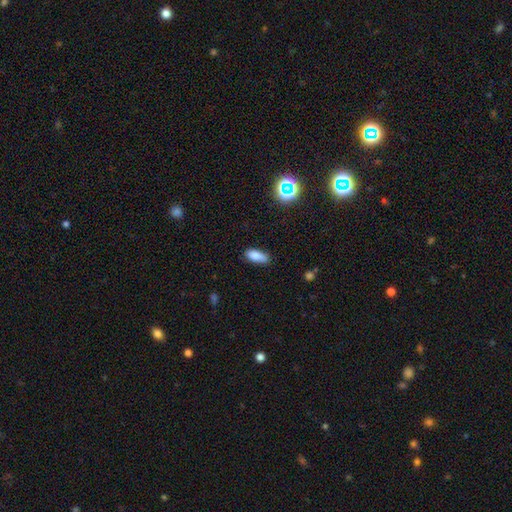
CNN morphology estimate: Smooth or featured: smooth — 83% (star or artifact — 10%)
How rounded: in between — 79% (cigar-shaped — 18%)
Merging: none — 72% (minor disturbance — 22%)